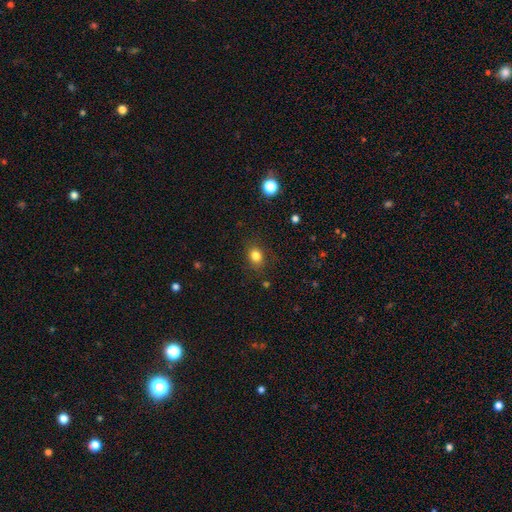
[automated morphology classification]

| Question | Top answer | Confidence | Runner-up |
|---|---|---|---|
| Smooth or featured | smooth | 82% | star or artifact (12%) |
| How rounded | round | 51% | in between (48%) |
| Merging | none | 83% | minor disturbance (12%) |